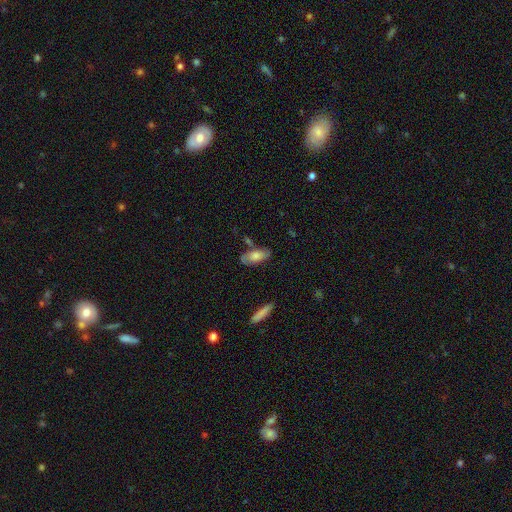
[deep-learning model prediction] Smooth or featured? Predicted: smooth (p=0.49). Merging? Predicted: none (p=0.71).